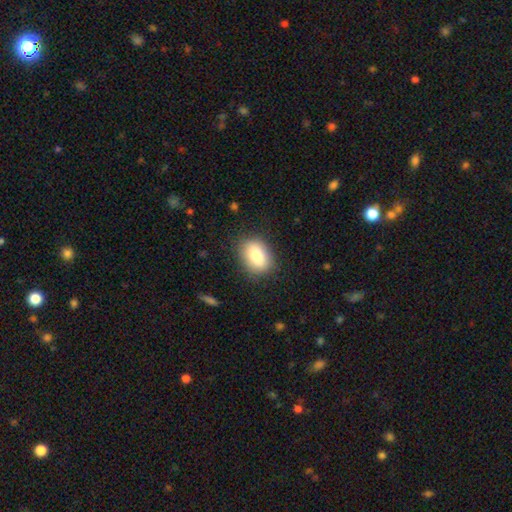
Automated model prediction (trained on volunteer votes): smooth 80%, featured or disk 12%, star or artifact 8%. Down the decision tree: how rounded — in between (79%); merging — none (83%).